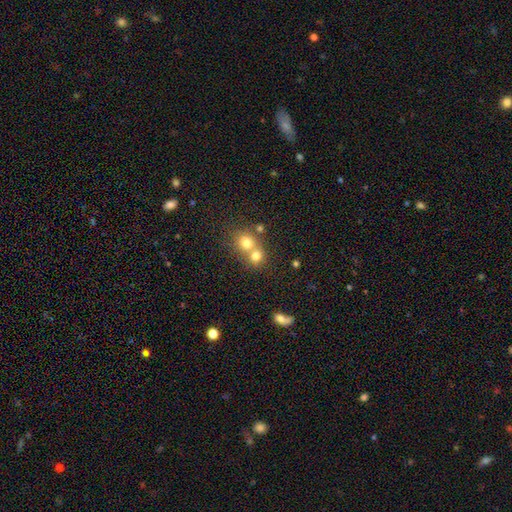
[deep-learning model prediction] Smooth or featured: smooth — 74% (star or artifact — 13%)
How rounded: round — 78% (in between — 21%)
Merging: merger — 58% (none — 35%)